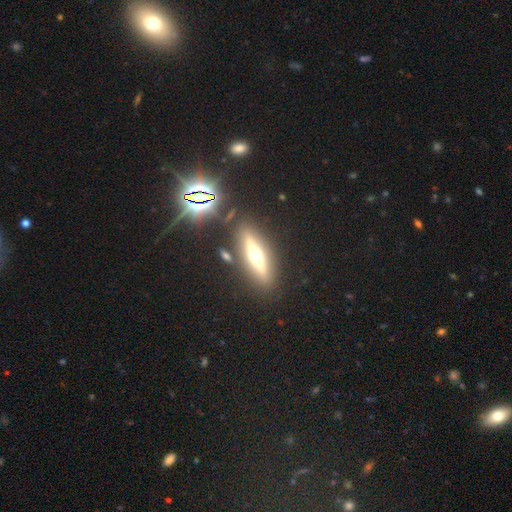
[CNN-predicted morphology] Q: Smooth or featured?
A: featured or disk (70%); runner-up: smooth (21%)
Q: Edge-on disk?
A: yes (94%); runner-up: no (6%)
Q: Edge-on bulge?
A: rounded (92%); runner-up: boxy (5%)
Q: Merging?
A: none (85%); runner-up: minor disturbance (8%)